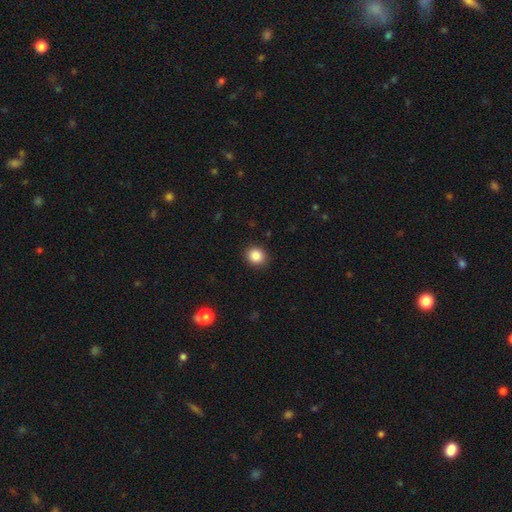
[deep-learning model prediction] Smooth or featured? Predicted: smooth (p=0.86). How rounded? Predicted: round (p=0.81). Merging? Predicted: none (p=0.90).